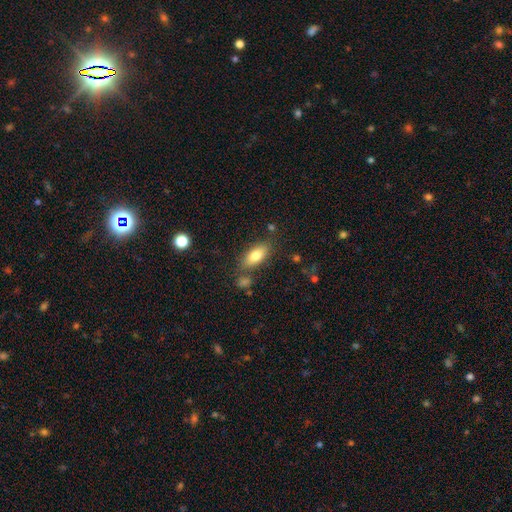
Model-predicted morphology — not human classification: Smooth or featured? Predicted: smooth (p=0.78). How rounded? Predicted: in between (p=0.84). Merging? Predicted: none (p=0.74).